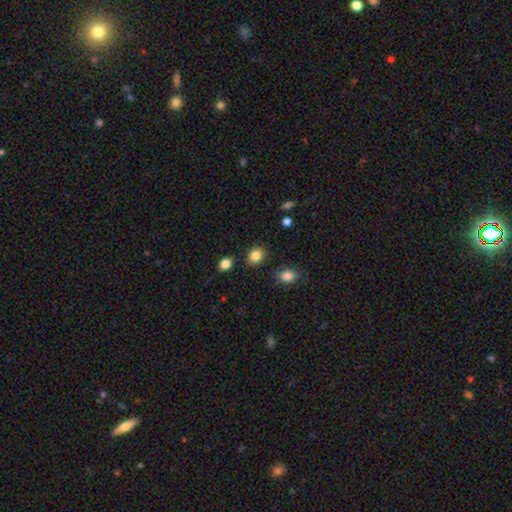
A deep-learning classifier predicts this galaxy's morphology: Smooth or featured? smooth (86%)
How rounded? round (58%)
Merging? none (85%)